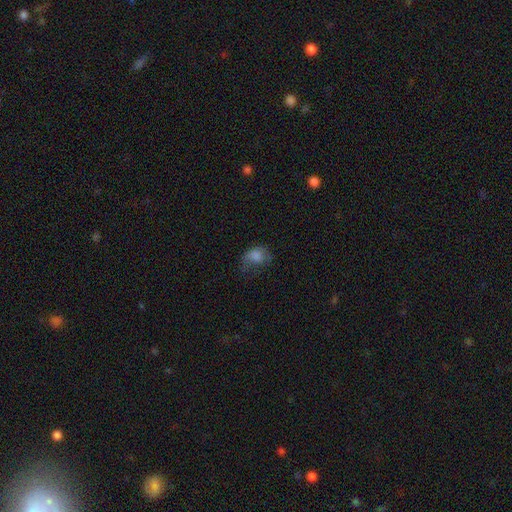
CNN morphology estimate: This is likely a smooth galaxy (74%). How rounded: likely in between (67%). Merging: marginally none (34%).